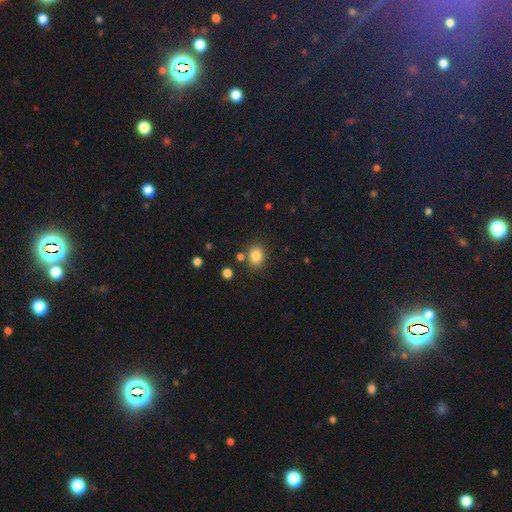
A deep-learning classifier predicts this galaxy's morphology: A smooth galaxy with no disk features (84%) that is round (60%). Merging: none (78%).